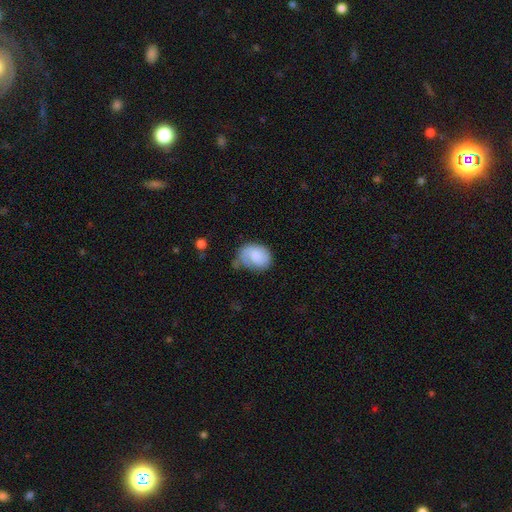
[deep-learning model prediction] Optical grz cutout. It shows a smooth galaxy with no disk features (59%) that is in between round and cigar-shaped (57%). Merging: none (39%).